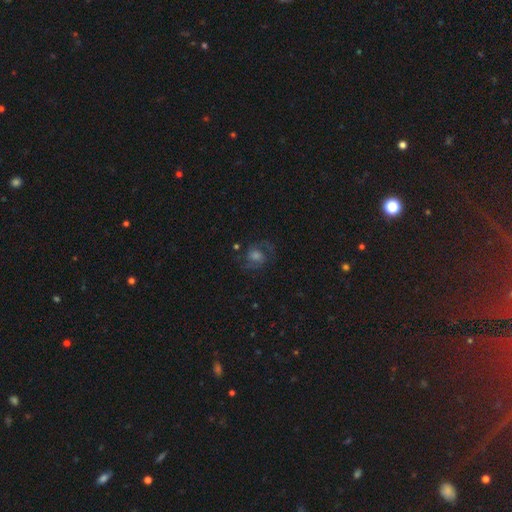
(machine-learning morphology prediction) Q: Smooth or featured?
A: featured or disk (59%); runner-up: smooth (23%)
Q: Edge-on disk?
A: no (97%); runner-up: yes (3%)
Q: Bar?
A: no (60%); runner-up: weak (33%)
Q: Spiral arms?
A: yes (86%); runner-up: no (14%)
Q: Bulge size?
A: moderate (42%); runner-up: large (26%)
Q: Merging?
A: none (71%); runner-up: minor disturbance (15%)